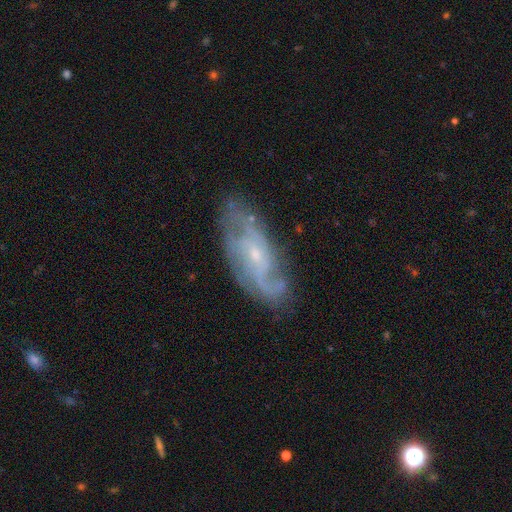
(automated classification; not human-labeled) Q: Smooth or featured?
A: featured or disk (81%); runner-up: smooth (12%)
Q: Edge-on disk?
A: no (92%); runner-up: yes (8%)
Q: Bar?
A: no (60%); runner-up: weak (34%)
Q: Spiral arms?
A: yes (92%); runner-up: no (8%)
Q: Spiral winding?
A: medium (44%); runner-up: tight (33%)
Q: Spiral arm count?
A: 2 (38%); runner-up: can't tell (33%)
Q: Bulge size?
A: small (74%); runner-up: moderate (20%)
Q: Merging?
A: none (69%); runner-up: minor disturbance (21%)